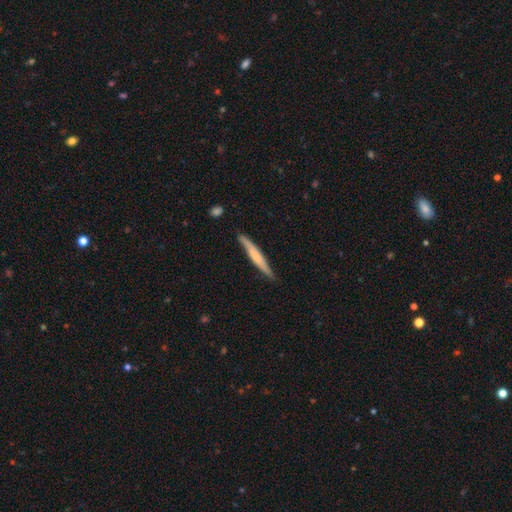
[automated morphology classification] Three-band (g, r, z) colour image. It shows a smooth galaxy with no disk features (51%) that is cigar-shaped (95%). Merging: none (83%).